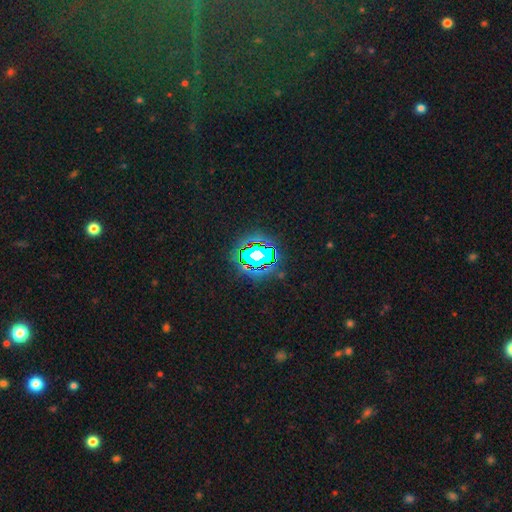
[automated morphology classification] The model was most divided on "smooth or featured": star or artifact: 69%, smooth: 18%, featured or disk: 13%.